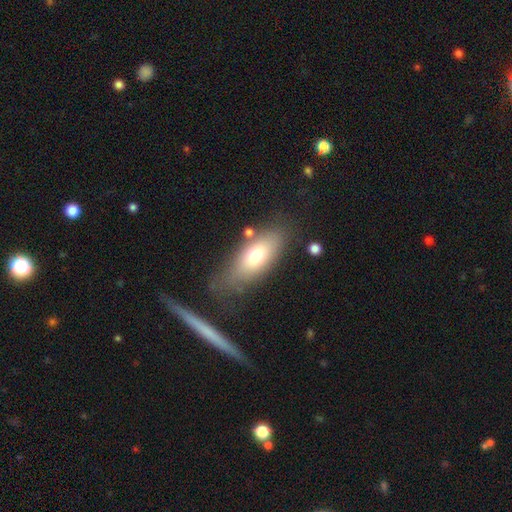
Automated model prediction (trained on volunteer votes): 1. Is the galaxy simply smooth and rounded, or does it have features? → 69% smooth, 23% featured or disk, 9% star or artifact.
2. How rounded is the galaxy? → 80% in between, 16% cigar-shaped, 5% round.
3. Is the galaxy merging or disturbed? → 63% none, 20% minor disturbance, 10% major disturbance, 7% merger.